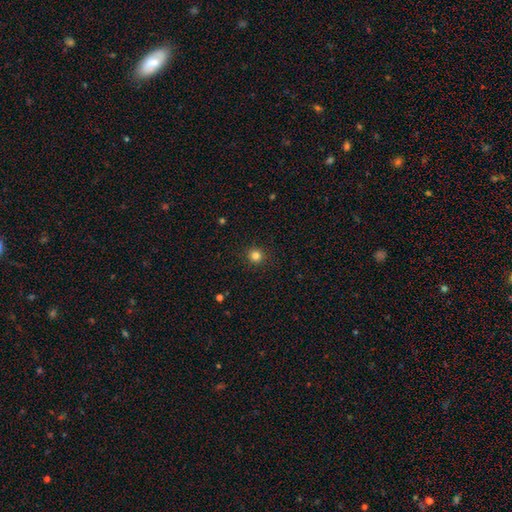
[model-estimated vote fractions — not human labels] Morphology: type=smooth (82%); roundness=round (94%); merging=none (92%).